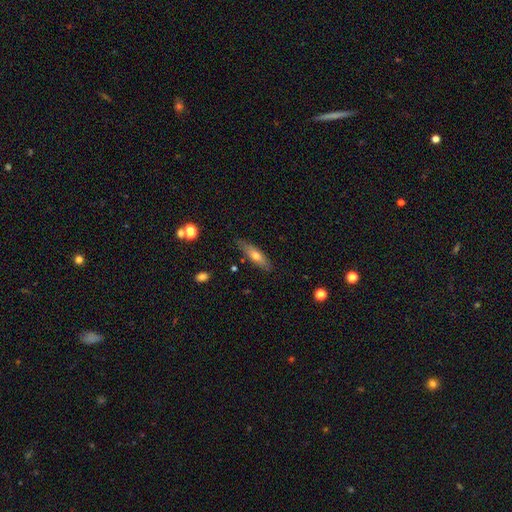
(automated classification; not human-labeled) Smooth or featured? smooth (60%)
How rounded? cigar-shaped (63%)
Merging? none (81%)